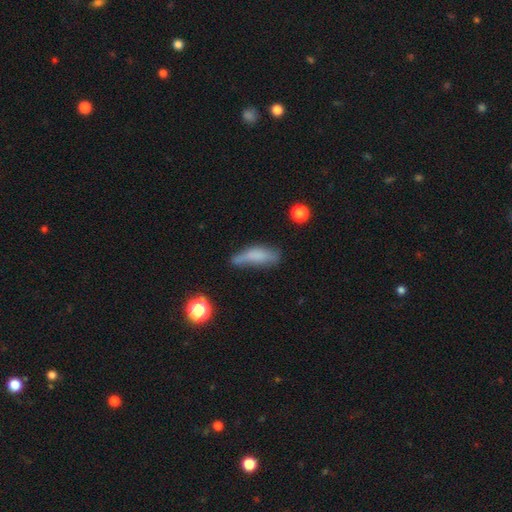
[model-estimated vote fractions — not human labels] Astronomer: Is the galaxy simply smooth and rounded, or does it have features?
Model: smooth — 67%.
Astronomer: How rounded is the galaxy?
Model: cigar-shaped — 54% (runner-up: in between, 42%).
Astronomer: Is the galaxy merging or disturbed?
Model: none — 40% (runner-up: minor disturbance, 35%).